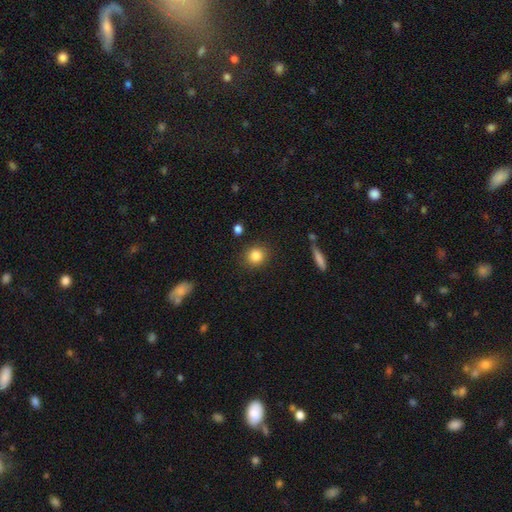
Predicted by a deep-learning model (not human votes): Smooth or featured? smooth (85%)
How rounded? round (85%)
Merging? none (87%)